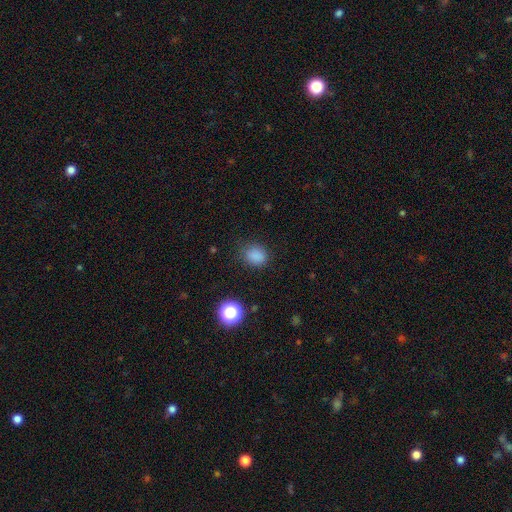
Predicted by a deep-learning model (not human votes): Smooth or featured?
  - smooth: 82% *
  - star or artifact: 14%
  - featured or disk: 4%
How rounded?
  - round: 57% *
  - in between: 42%
  - cigar-shaped: 1%
Merging?
  - none: 80% *
  - minor disturbance: 14%
  - major disturbance: 4%
  - merger: 1%